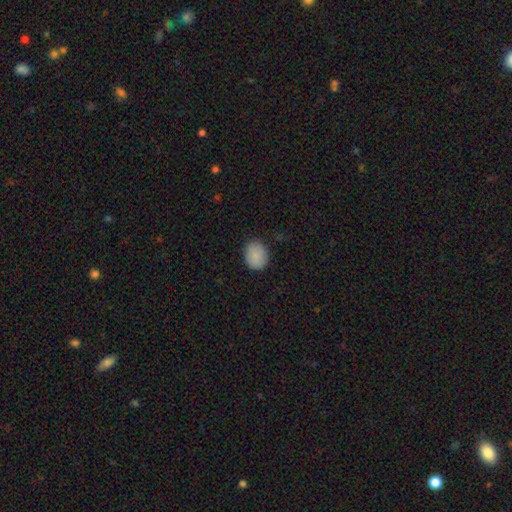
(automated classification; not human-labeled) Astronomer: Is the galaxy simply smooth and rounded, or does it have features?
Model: smooth — 87%.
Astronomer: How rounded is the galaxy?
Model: round — 65%.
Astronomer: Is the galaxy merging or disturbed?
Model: none — 86%.